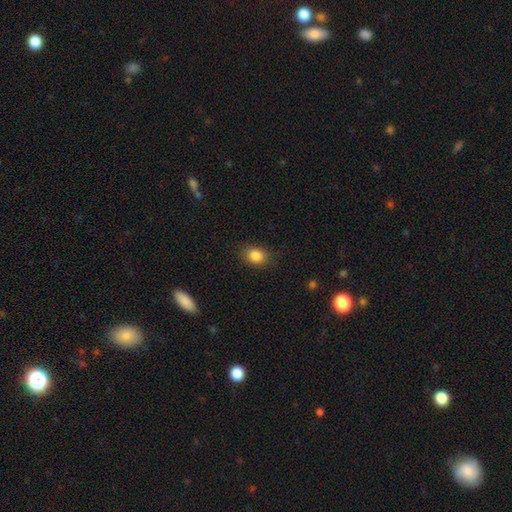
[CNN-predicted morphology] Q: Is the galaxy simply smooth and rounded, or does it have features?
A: smooth — 86%.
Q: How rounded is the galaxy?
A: in between — 54%.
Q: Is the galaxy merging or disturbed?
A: none — 85%.